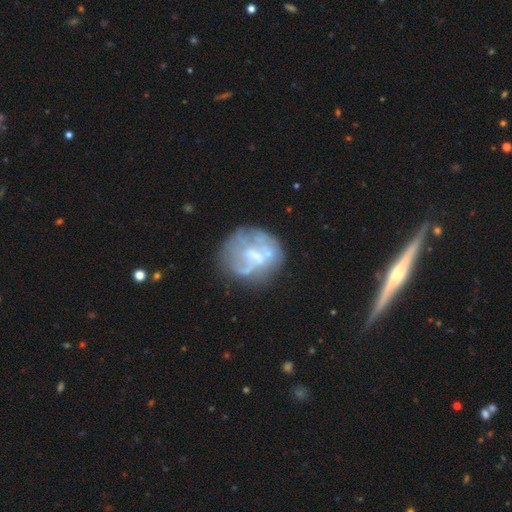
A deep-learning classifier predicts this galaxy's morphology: smooth_or_featured: featured or disk (p=0.60) [alt: smooth p=0.30]
disk_edge_on: no (p=0.98) [alt: yes p=0.02]
bar: no (p=0.53) [alt: weak p=0.34]
has_spiral_arms: no (p=0.72) [alt: yes p=0.28]
bulge_size: none (p=0.39) [alt: small p=0.28]
merging: none (p=0.48) [alt: major disturbance p=0.23]